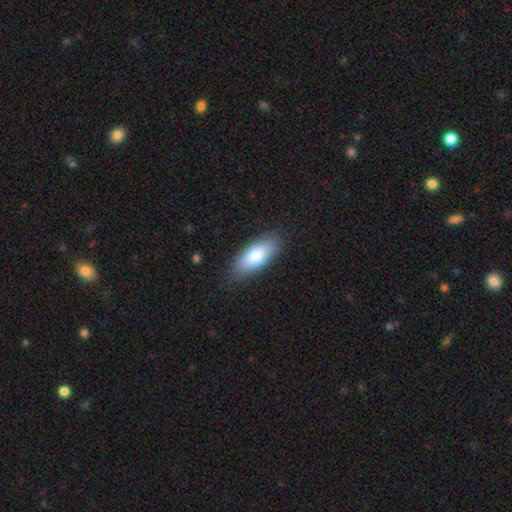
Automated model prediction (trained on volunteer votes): This is likely a smooth galaxy (80%). How rounded: clearly in between (81%). Merging: clearly none (84%).